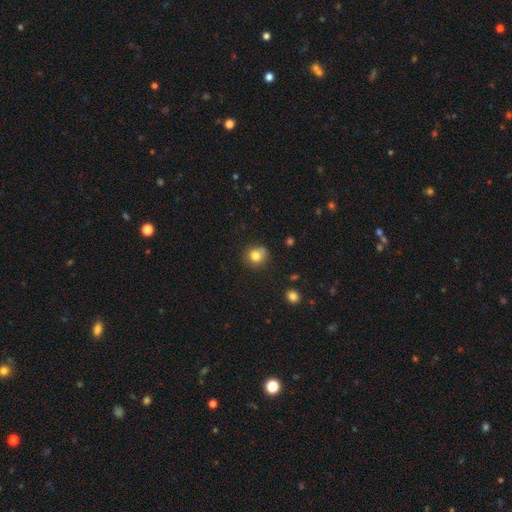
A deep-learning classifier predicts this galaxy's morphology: Overall: smooth (79%). How rounded: round (84%). Merging: none (69%).